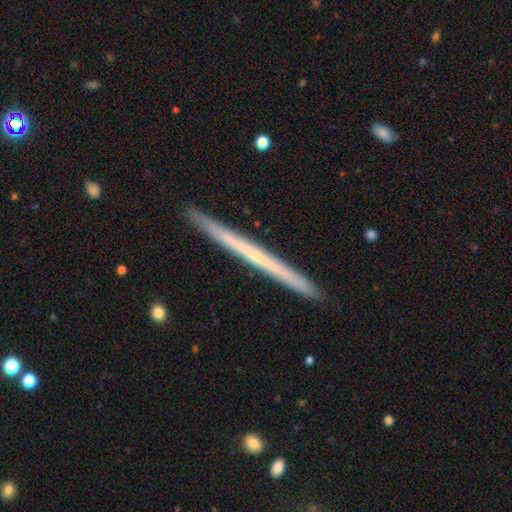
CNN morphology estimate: This is likely a featured or disk galaxy (61%). It is clearly viewed edge-on (98%). Edge-on bulge: clearly none (84%). Merging: clearly none (92%).